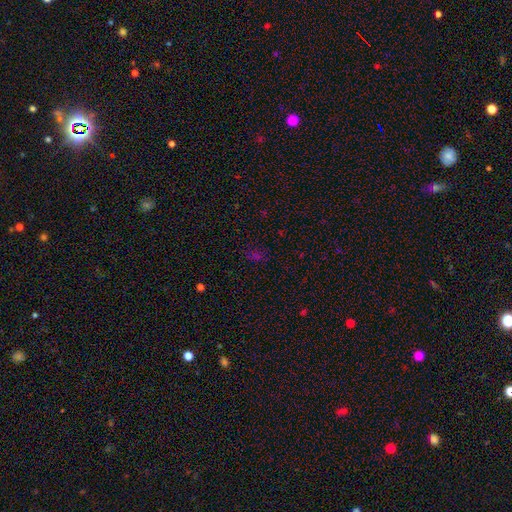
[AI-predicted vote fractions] Smooth or featured? smooth (52%)
How rounded? in between (64%)
Merging? none (74%)